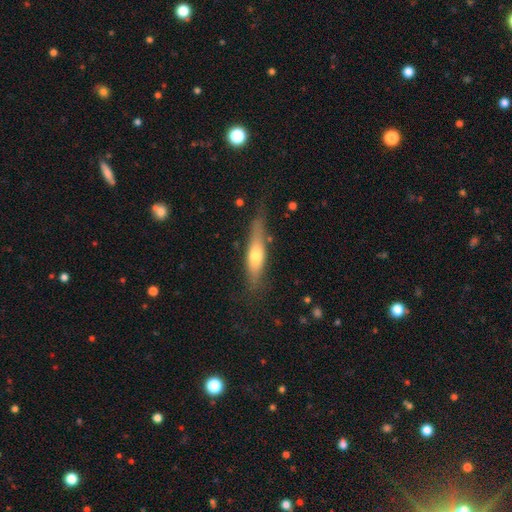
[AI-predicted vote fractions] This is possibly a smooth galaxy (55%). How rounded: likely cigar-shaped (71%). Merging: likely none (72%).